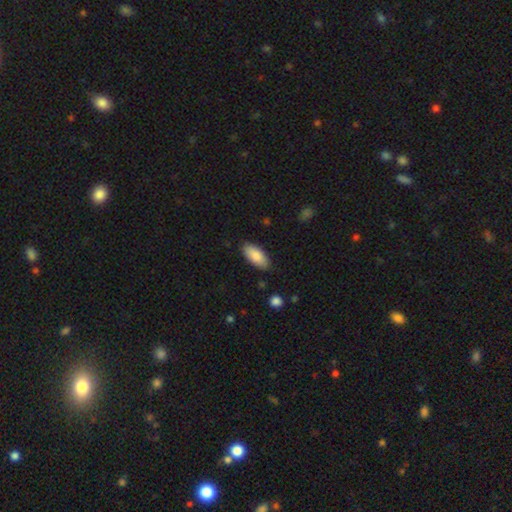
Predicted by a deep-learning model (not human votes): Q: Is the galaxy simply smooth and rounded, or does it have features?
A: smooth — 87%.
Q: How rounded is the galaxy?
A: in between — 90%.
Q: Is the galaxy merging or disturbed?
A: none — 85%.